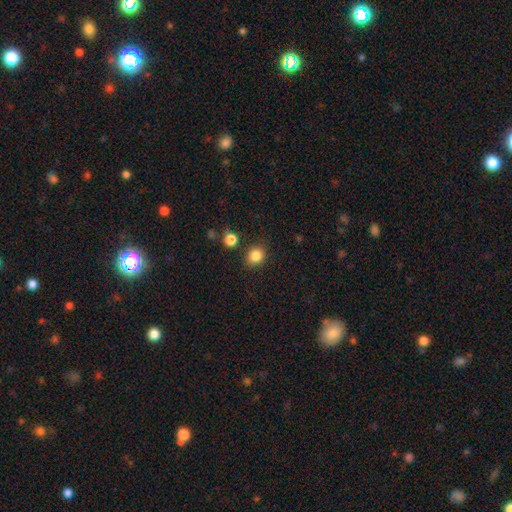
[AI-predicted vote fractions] A smooth galaxy with no disk features (84%) that is round (72%).

Vote fractions:
- Smooth or featured? smooth: 84% / star or artifact: 11% / featured or disk: 5%
- How rounded? round: 72% / in between: 27% / cigar-shaped: 1%
- Merging? none: 83% / minor disturbance: 10% / merger: 4% / major disturbance: 3%